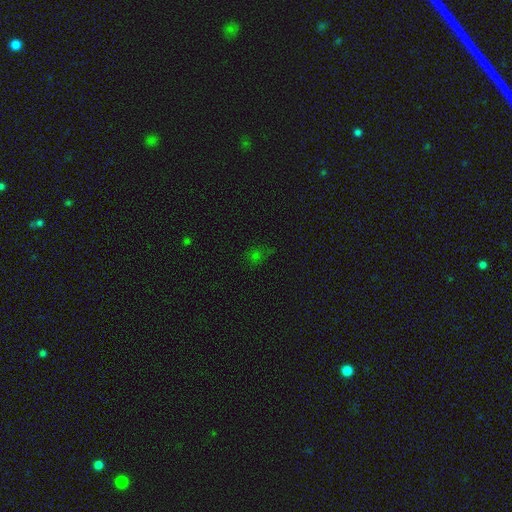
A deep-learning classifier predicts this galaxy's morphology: type=smooth (51%); roundness=round (74%); merging=none (72%).